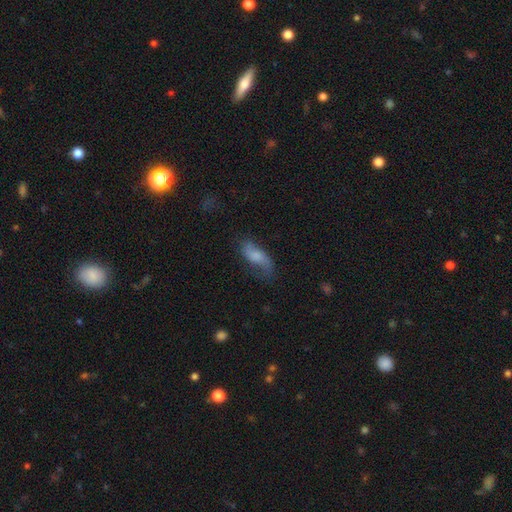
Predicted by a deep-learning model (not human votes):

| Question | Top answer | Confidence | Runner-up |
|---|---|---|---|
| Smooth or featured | smooth | 54% | featured or disk (37%) |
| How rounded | in between | 78% | cigar-shaped (18%) |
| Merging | none | 52% | minor disturbance (28%) |